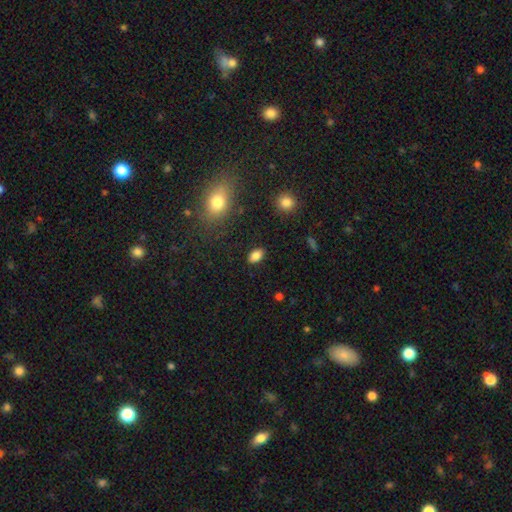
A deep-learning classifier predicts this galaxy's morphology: A smooth galaxy with no disk features (85%) that is in between round and cigar-shaped (89%).

Vote fractions:
- Smooth or featured? smooth: 85% / star or artifact: 10% / featured or disk: 5%
- How rounded? in between: 89% / round: 9% / cigar-shaped: 2%
- Merging? none: 87% / minor disturbance: 9% / major disturbance: 2% / merger: 1%